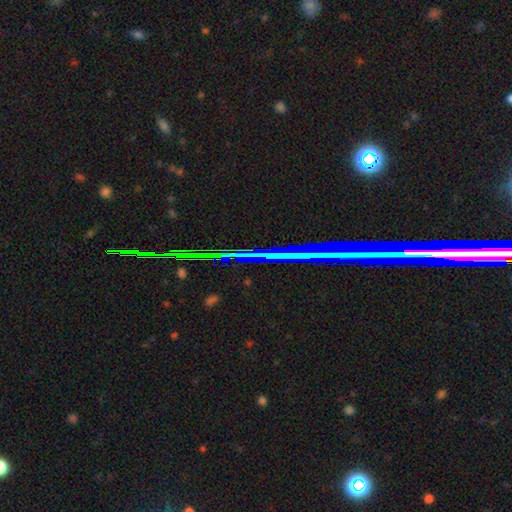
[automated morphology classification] Q: Smooth or featured?
A: star or artifact (76%); runner-up: featured or disk (13%)